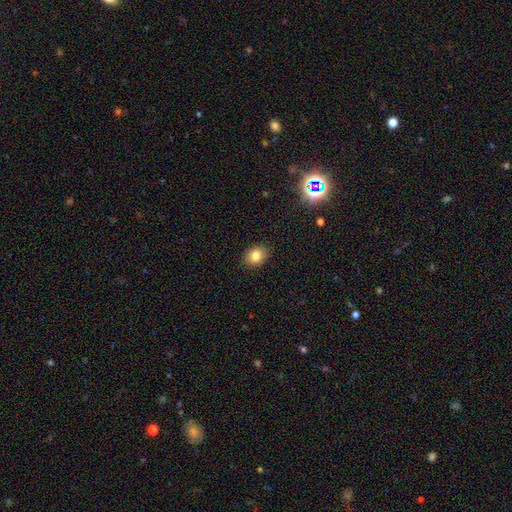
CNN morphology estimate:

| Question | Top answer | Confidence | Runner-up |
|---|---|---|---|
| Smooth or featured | smooth | 80% | star or artifact (11%) |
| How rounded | in between | 59% | round (40%) |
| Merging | none | 88% | minor disturbance (9%) |